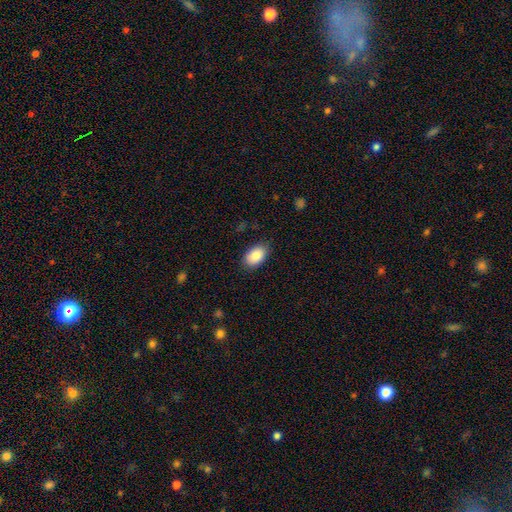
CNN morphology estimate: Smooth or featured? smooth (88%)
How rounded? in between (90%)
Merging? none (82%)